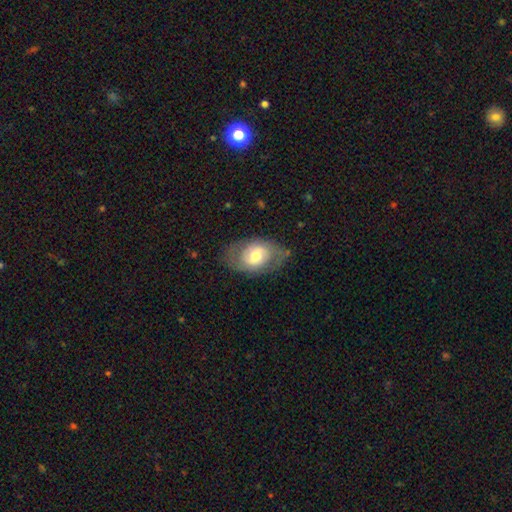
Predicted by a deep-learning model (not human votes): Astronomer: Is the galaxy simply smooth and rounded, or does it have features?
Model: featured or disk — 50% (runner-up: smooth, 43%).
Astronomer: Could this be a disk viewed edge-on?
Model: no — 93%.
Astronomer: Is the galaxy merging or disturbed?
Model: none — 72%.